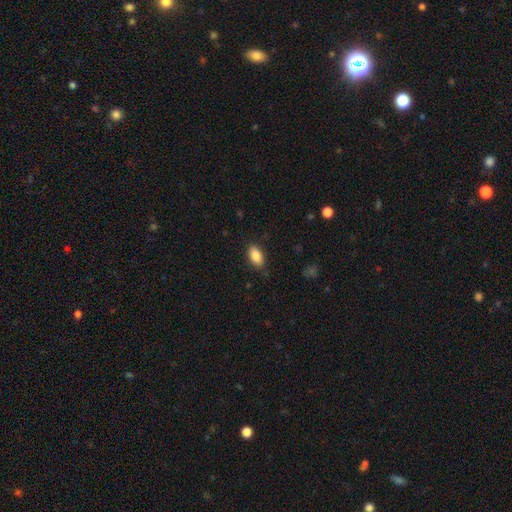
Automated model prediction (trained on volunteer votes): A smooth galaxy with no disk features (87%) that is in between round and cigar-shaped (92%). Merging: none (85%).